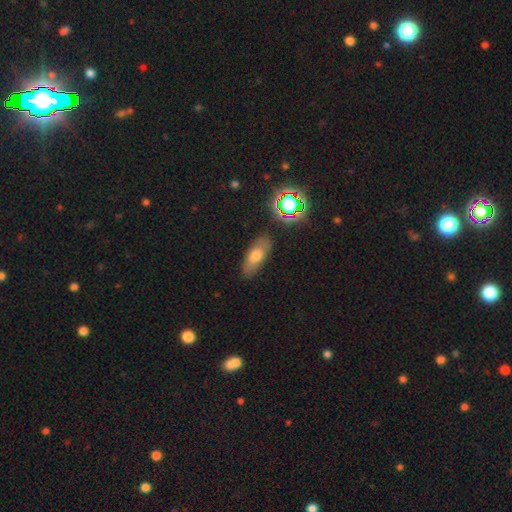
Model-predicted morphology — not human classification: type=smooth (67%); roundness=in between (80%); merging=none (80%).